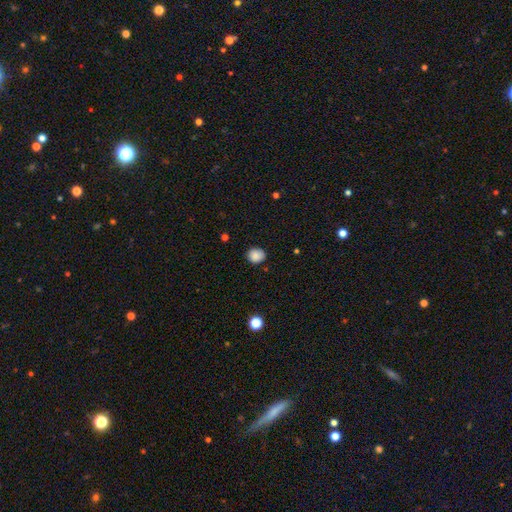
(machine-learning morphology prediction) Smooth or featured: smooth — 87% (star or artifact — 9%)
How rounded: round — 73% (in between — 26%)
Merging: none — 86% (minor disturbance — 11%)